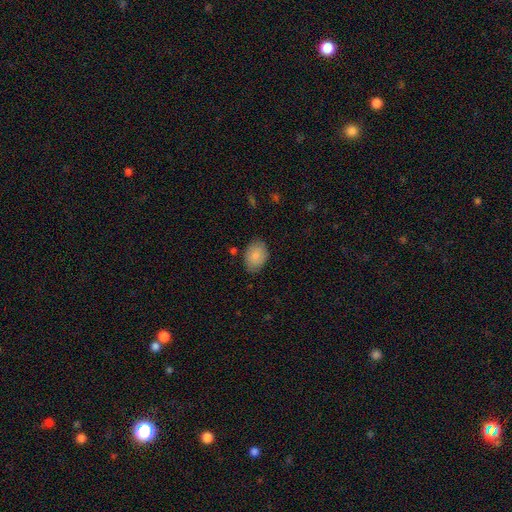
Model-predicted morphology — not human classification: A smooth galaxy with no disk features (87%) that is in between round and cigar-shaped (82%). Merging: none (80%).